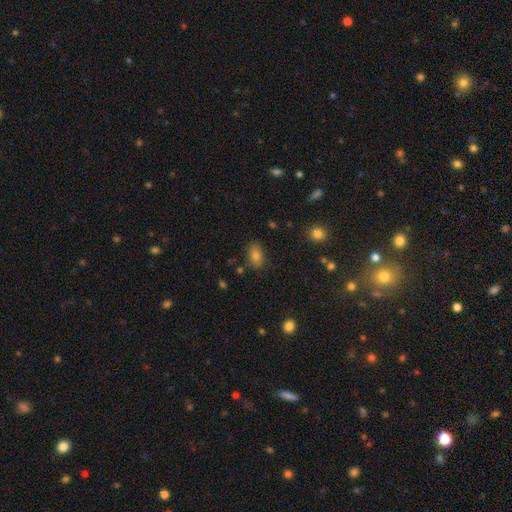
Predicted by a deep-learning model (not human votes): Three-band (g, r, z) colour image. It shows a smooth galaxy with no disk features (77%) that is in between round and cigar-shaped (87%). Merging: none (83%).